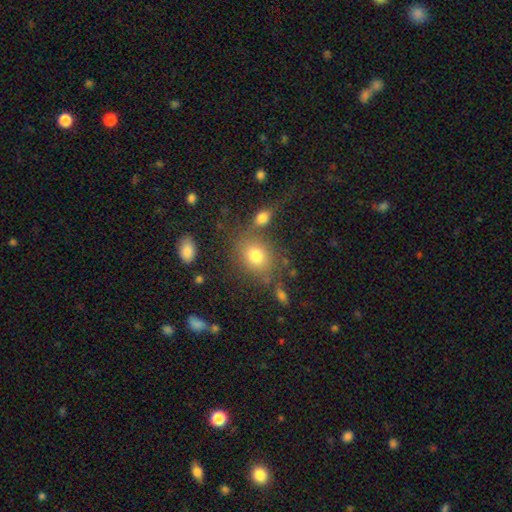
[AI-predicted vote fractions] This is likely a smooth galaxy (77%). How rounded: possibly round (53%). Merging: likely none (67%).